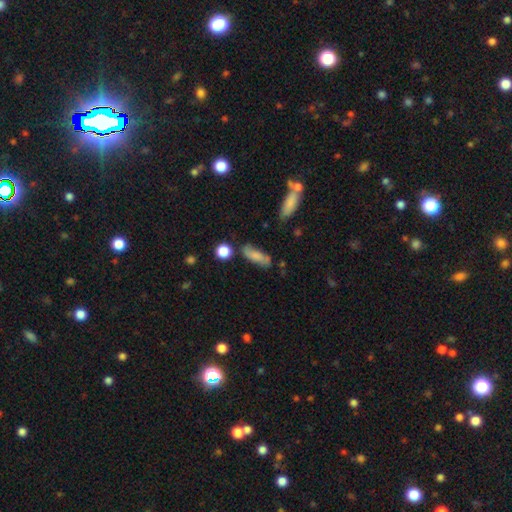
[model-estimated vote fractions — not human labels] Morphology: type=smooth (70%); roundness=in between (60%); merging=none (65%).